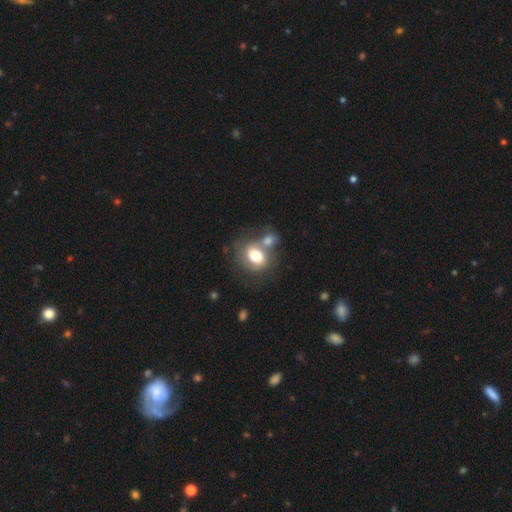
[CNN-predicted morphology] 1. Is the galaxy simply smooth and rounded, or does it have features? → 64% smooth, 28% featured or disk, 8% star or artifact.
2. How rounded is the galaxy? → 57% in between, 42% round, 1% cigar-shaped.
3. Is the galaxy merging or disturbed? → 49% merger, 30% none, 13% minor disturbance, 8% major disturbance.